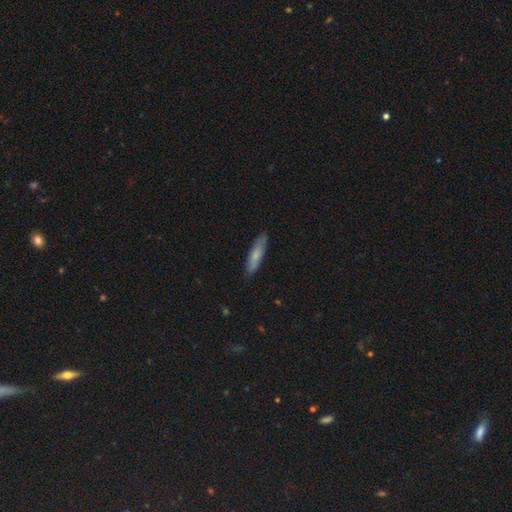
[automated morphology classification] Smooth or featured?
  - smooth: 68% *
  - featured or disk: 27%
  - star or artifact: 6%
How rounded?
  - cigar-shaped: 74% *
  - in between: 24%
  - round: 2%
Merging?
  - none: 85% *
  - minor disturbance: 12%
  - major disturbance: 2%
  - merger: 1%